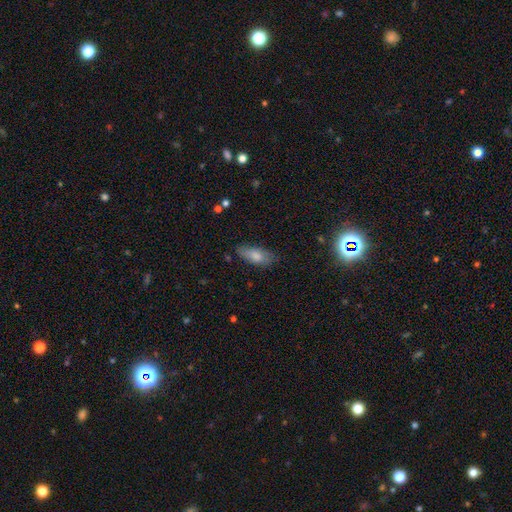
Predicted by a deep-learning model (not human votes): Morphology: type=smooth (78%); roundness=in between (80%); merging=none (72%).